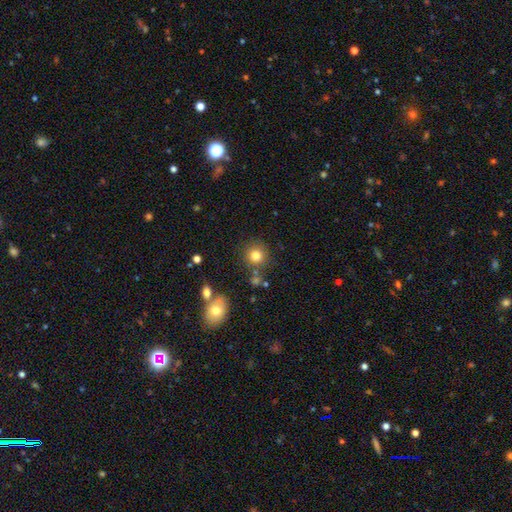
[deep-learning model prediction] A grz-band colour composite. It shows a smooth galaxy with no disk features (80%) that is round (90%). Merging: none (80%).